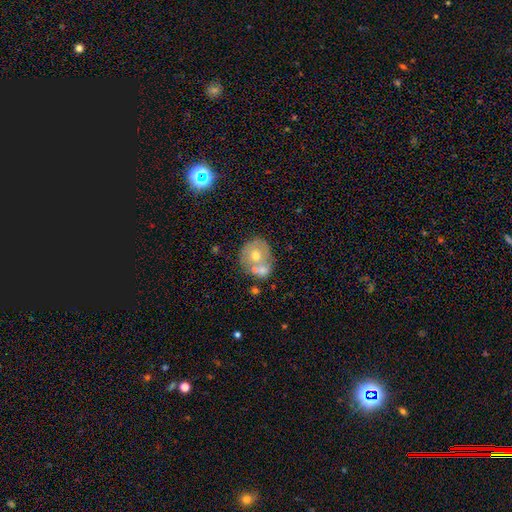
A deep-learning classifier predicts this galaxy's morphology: This appears to be a smooth galaxy with no disk features (54%) that is round (81%). Merging: merger (42%).